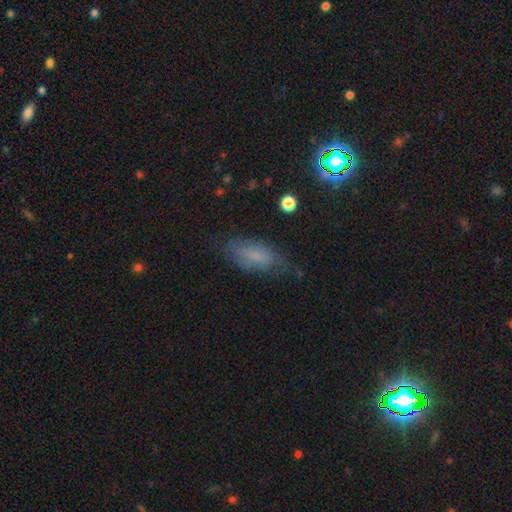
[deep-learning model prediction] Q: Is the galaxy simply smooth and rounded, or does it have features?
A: smooth — 70%.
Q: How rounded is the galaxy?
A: in between — 81%.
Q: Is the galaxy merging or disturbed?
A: none — 64%.